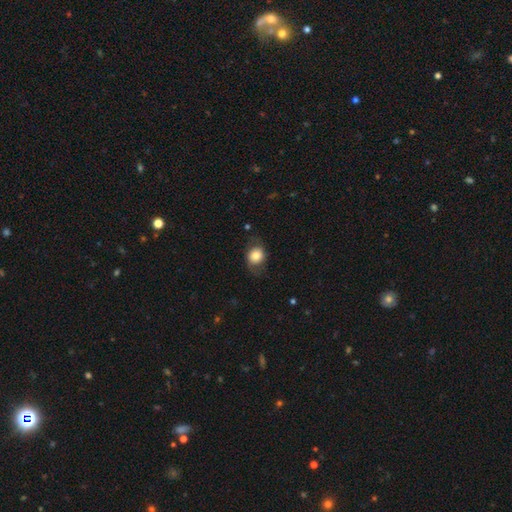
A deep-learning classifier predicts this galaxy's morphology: smooth 68%, featured or disk 24%, star or artifact 8%. Down the decision tree: how rounded — round (59%); merging — none (67%).